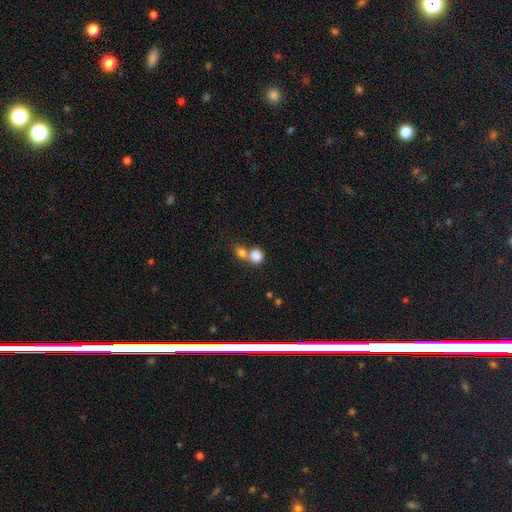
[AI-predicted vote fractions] smooth-or-featured: smooth: 83% | star or artifact: 9% | featured or disk: 8%
  how-rounded: round: 68% | in between: 30% | cigar-shaped: 1%
  merging: merger: 57% | none: 31% | minor disturbance: 7% | major disturbance: 4%